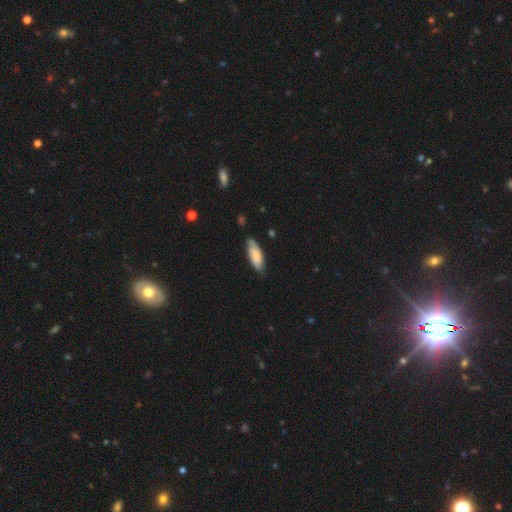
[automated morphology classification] Smooth or featured: smooth — 67% (featured or disk — 27%)
How rounded: in between — 71% (cigar-shaped — 27%)
Merging: none — 69% (minor disturbance — 25%)